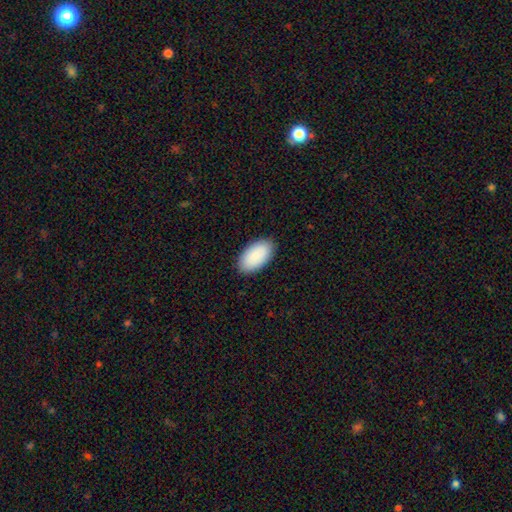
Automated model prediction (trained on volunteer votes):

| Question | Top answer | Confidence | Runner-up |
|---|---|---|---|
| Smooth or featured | smooth | 90% | star or artifact (5%) |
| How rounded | in between | 96% | round (2%) |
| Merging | none | 88% | minor disturbance (9%) |